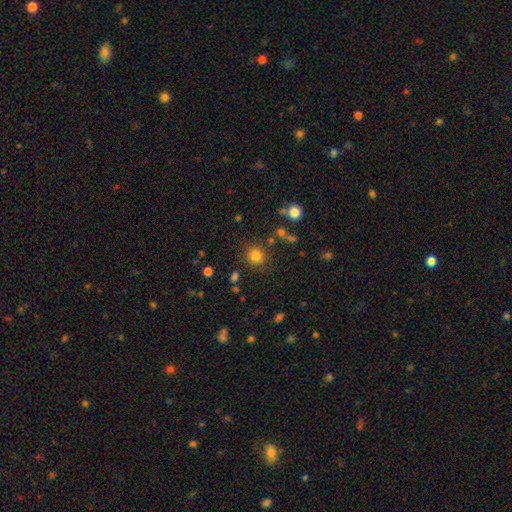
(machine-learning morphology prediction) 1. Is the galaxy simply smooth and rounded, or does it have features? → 81% smooth, 13% star or artifact, 6% featured or disk.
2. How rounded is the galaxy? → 86% round, 13% in between, 1% cigar-shaped.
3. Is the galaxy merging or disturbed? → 82% none, 10% minor disturbance, 4% major disturbance, 4% merger.